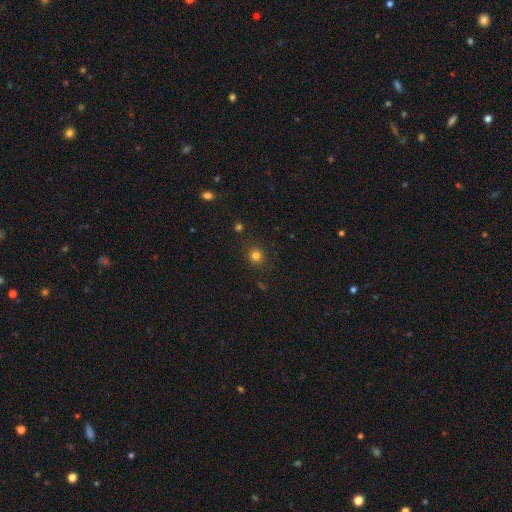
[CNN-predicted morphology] smooth-or-featured: smooth: 79% | star or artifact: 16% | featured or disk: 5%
  how-rounded: round: 90% | in between: 9% | cigar-shaped: 1%
  merging: none: 88% | minor disturbance: 7% | major disturbance: 3% | merger: 2%